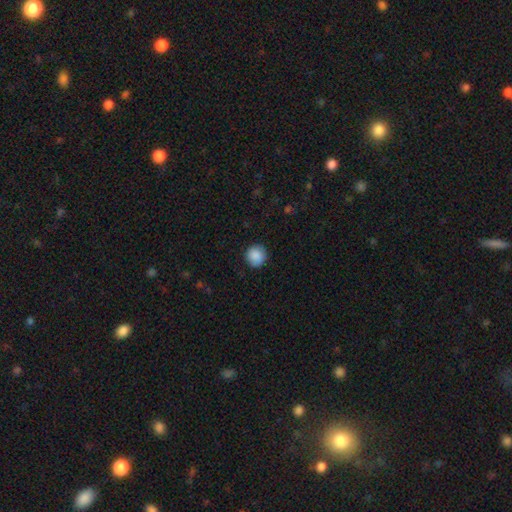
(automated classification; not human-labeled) Smooth or featured: smooth — 89% (star or artifact — 7%)
How rounded: round — 92% (in between — 7%)
Merging: none — 87% (minor disturbance — 9%)